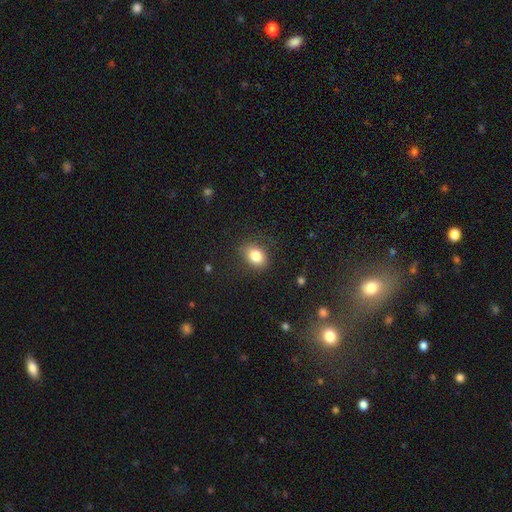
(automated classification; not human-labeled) Q: Smooth or featured?
A: smooth (82%); runner-up: star or artifact (10%)
Q: How rounded?
A: in between (67%); runner-up: round (32%)
Q: Merging?
A: none (82%); runner-up: minor disturbance (13%)